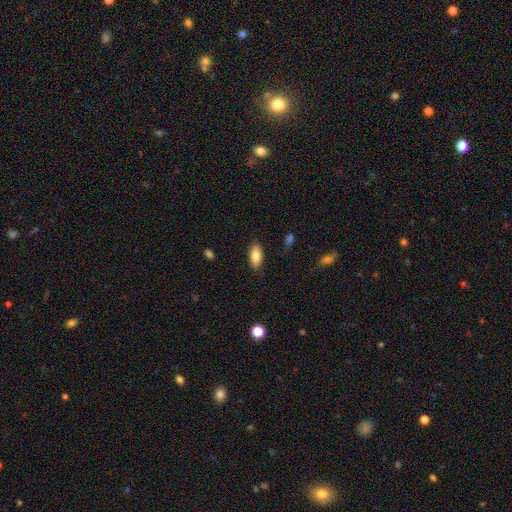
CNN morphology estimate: smooth_or_featured: smooth (p=0.83) [alt: featured or disk p=0.10]
how_rounded: in between (p=0.88) [alt: cigar-shaped p=0.10]
merging: none (p=0.85) [alt: minor disturbance p=0.11]